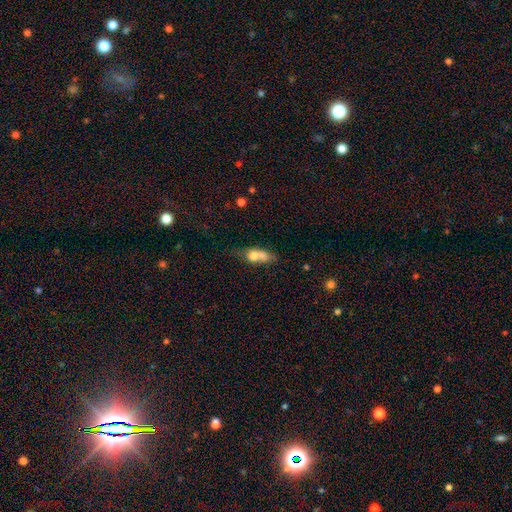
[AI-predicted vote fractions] Smooth or featured?
  - smooth: 66% *
  - featured or disk: 24%
  - star or artifact: 10%
How rounded?
  - in between: 57% *
  - round: 25%
  - cigar-shaped: 18%
Merging?
  - merger: 49% *
  - none: 24%
  - minor disturbance: 15%
  - major disturbance: 12%